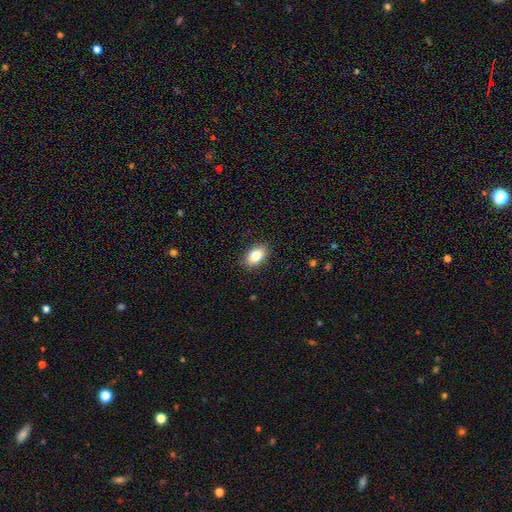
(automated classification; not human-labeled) A smooth galaxy with no disk features (84%) that is in between round and cigar-shaped (90%). Merging: none (88%).